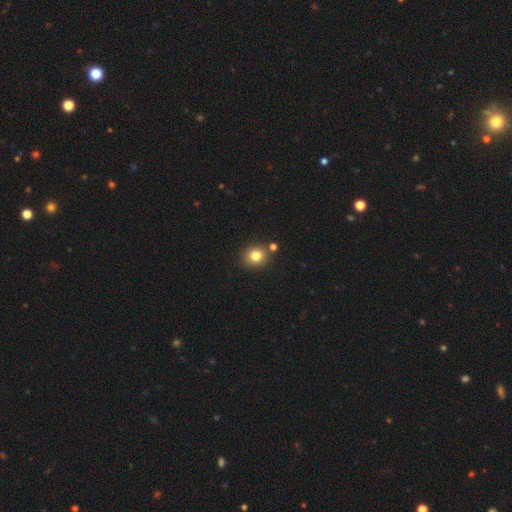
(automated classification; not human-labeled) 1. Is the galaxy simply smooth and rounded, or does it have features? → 81% smooth, 12% star or artifact, 8% featured or disk.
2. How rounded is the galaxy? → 74% round, 25% in between, 1% cigar-shaped.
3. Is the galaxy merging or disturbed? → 77% none, 10% merger, 10% minor disturbance, 3% major disturbance.